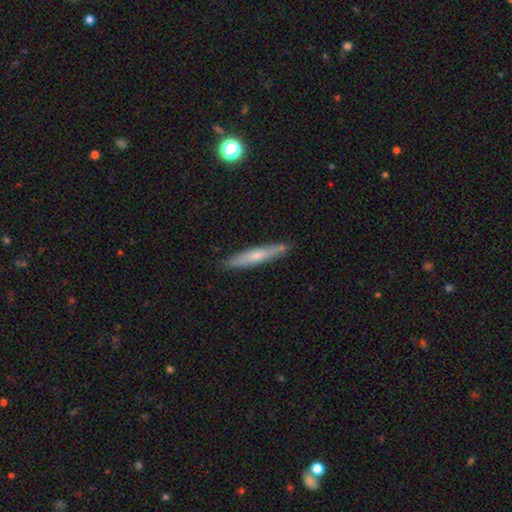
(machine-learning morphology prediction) Smooth or featured?
  - smooth: 58% *
  - featured or disk: 37%
  - star or artifact: 6%
How rounded?
  - cigar-shaped: 92% *
  - in between: 7%
  - round: 1%
Merging?
  - none: 86% *
  - minor disturbance: 10%
  - merger: 2%
  - major disturbance: 2%